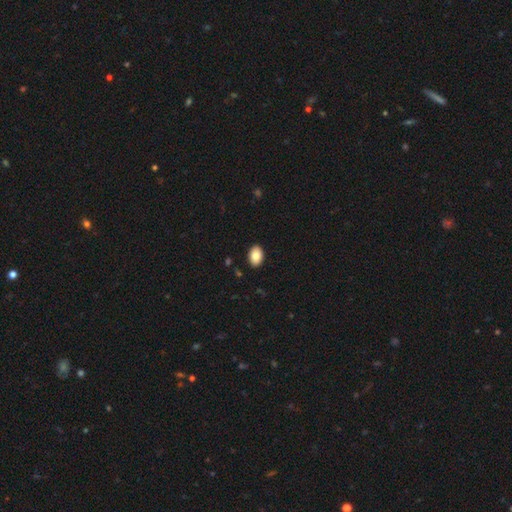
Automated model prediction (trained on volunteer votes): Overall: smooth (85%). How rounded: in between (86%). Merging: none (91%).